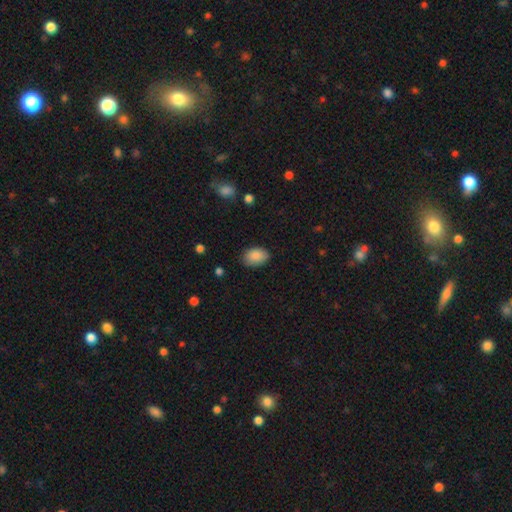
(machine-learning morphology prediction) A smooth galaxy with no disk features (88%) that is in between round and cigar-shaped (86%). Merging: none (83%).